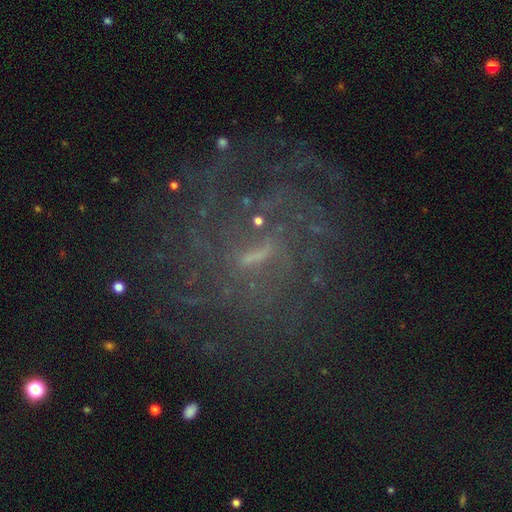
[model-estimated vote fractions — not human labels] Overall: featured or disk (77%). Edge-on disk: no (97%). Bar: weak (56%; strong 22%). Spiral arms: yes (90%). Spiral arm count: can't tell (45%; 4 14%). Spiral winding: tight (47%; medium 37%). Bulge size: small (56%; moderate 22%). Merging: none (68%).